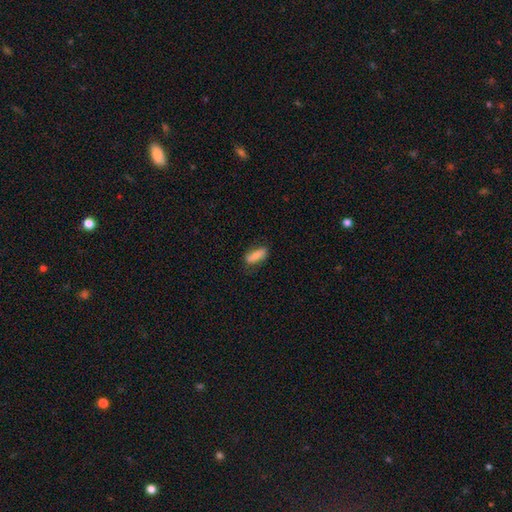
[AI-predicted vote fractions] smooth_or_featured: smooth (p=0.69) [alt: featured or disk p=0.24]
how_rounded: in between (p=0.72) [alt: cigar-shaped p=0.25]
merging: none (p=0.72) [alt: minor disturbance p=0.21]